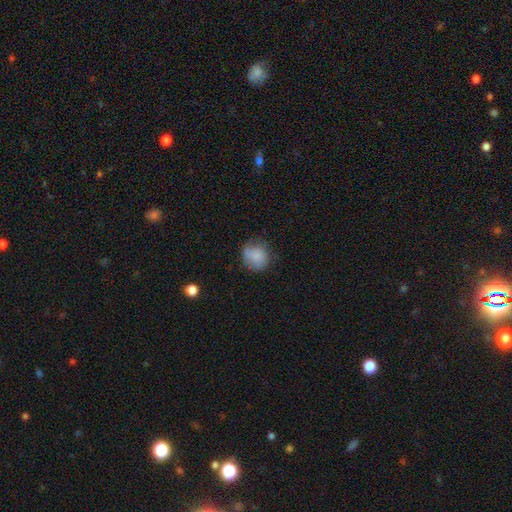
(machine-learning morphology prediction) This is likely a smooth galaxy (79%). How rounded: clearly round (82%). Merging: likely none (62%).